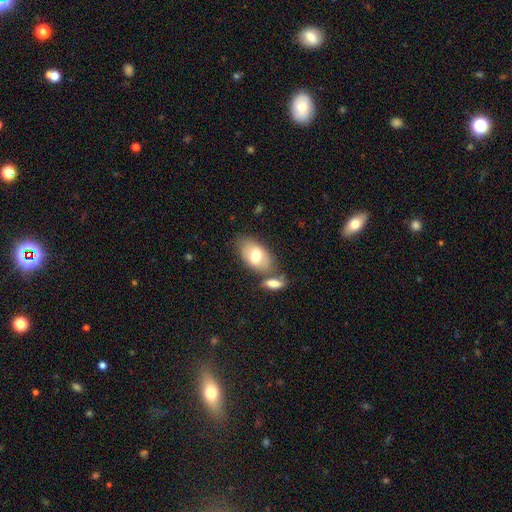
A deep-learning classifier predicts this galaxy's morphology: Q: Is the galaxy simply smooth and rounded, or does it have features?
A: smooth — 70%.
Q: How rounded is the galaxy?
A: in between — 92%.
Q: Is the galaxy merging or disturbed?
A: none — 60%.